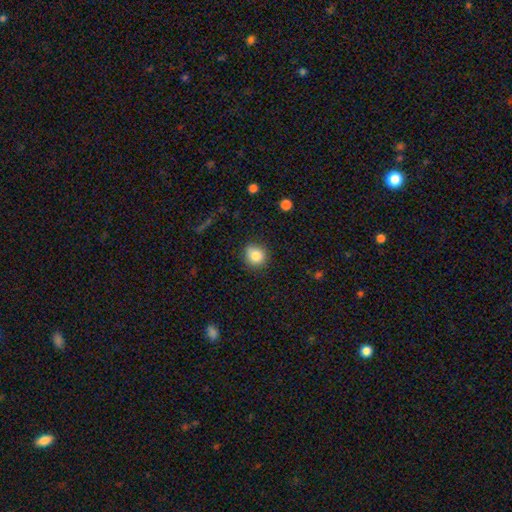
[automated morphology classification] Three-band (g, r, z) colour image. It shows a smooth galaxy with no disk features (83%) that is round (84%). Merging: none (83%).